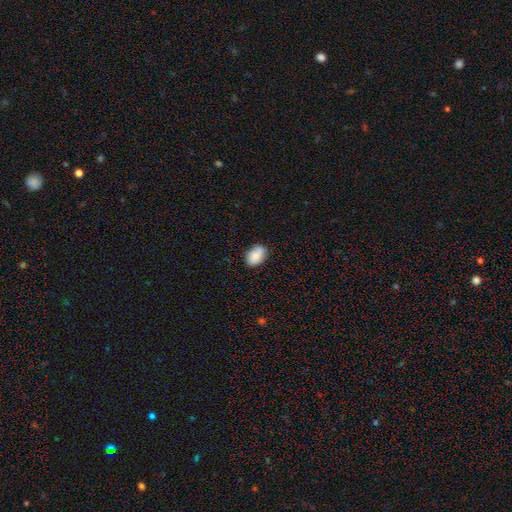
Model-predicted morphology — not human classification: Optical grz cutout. It shows a smooth galaxy with no disk features (85%) that is in between round and cigar-shaped (84%). Merging: none (76%).